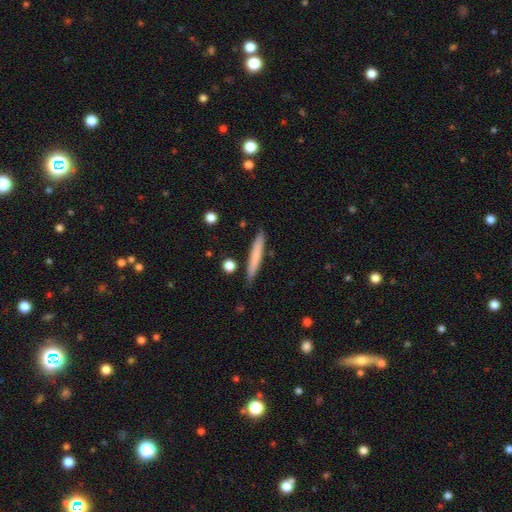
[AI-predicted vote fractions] Smooth or featured? smooth (72%)
How rounded? cigar-shaped (95%)
Merging? none (87%)